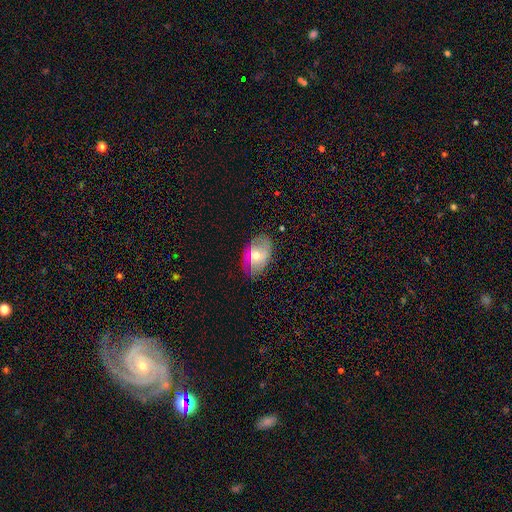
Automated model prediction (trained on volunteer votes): A smooth galaxy with no disk features (46%).

Vote fractions:
- Smooth or featured? smooth: 46% / featured or disk: 44% / star or artifact: 10%
- Merging? none: 74% / minor disturbance: 19% / major disturbance: 6% / merger: 1%